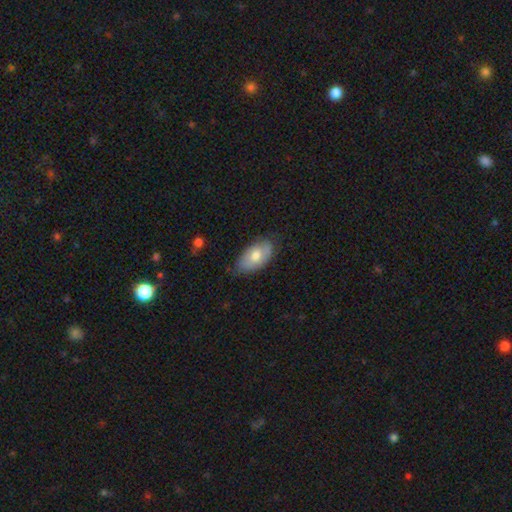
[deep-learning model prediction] Smooth or featured?
  - smooth: 68% *
  - featured or disk: 26%
  - star or artifact: 6%
How rounded?
  - in between: 94% *
  - round: 4%
  - cigar-shaped: 2%
Merging?
  - none: 71% *
  - minor disturbance: 24%
  - major disturbance: 4%
  - merger: 1%